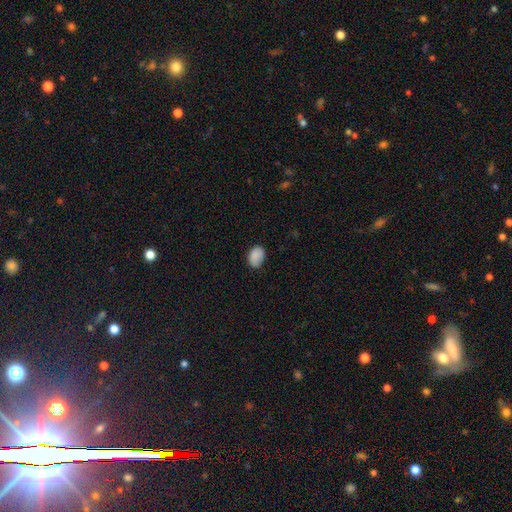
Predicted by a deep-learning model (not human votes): Smooth or featured?
  - smooth: 87% *
  - star or artifact: 8%
  - featured or disk: 5%
How rounded?
  - in between: 78% *
  - round: 21%
  - cigar-shaped: 1%
Merging?
  - none: 72% *
  - minor disturbance: 22%
  - major disturbance: 4%
  - merger: 1%